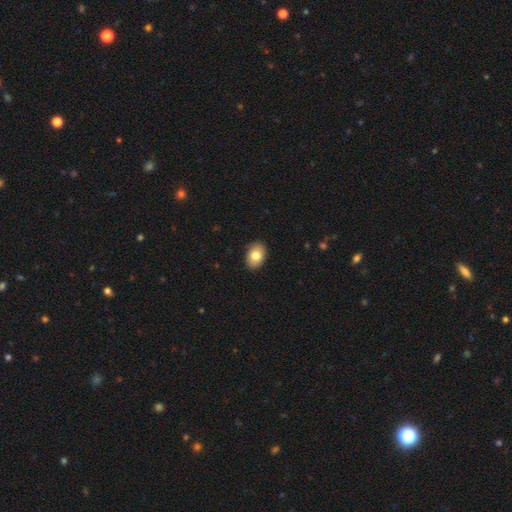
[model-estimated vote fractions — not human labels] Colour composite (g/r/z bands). It shows a smooth galaxy with no disk features (81%) that is in between round and cigar-shaped (79%). Merging: none (86%).